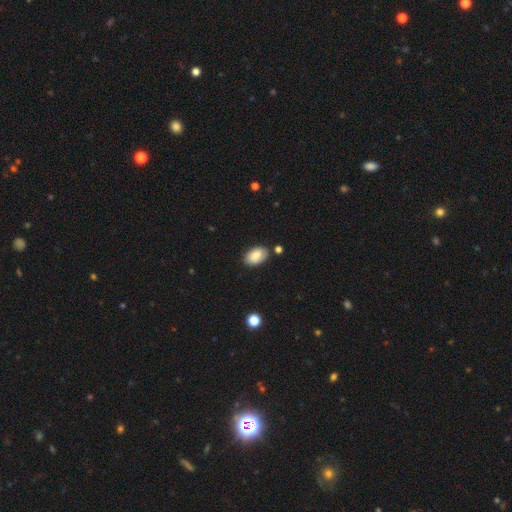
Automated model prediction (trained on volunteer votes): A smooth galaxy with no disk features (80%) that is in between round and cigar-shaped (92%). Merging: none (80%).